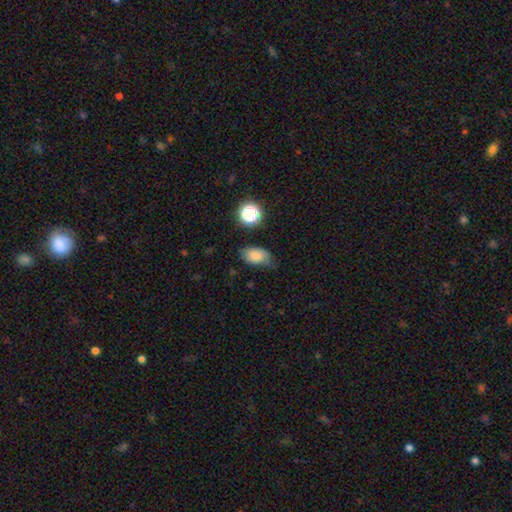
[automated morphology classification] A smooth galaxy with no disk features (79%) that is in between round and cigar-shaped (85%). Merging: none (63%).